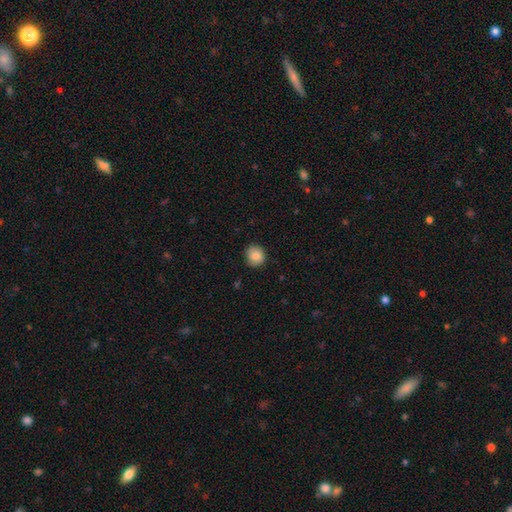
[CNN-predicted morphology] Overall: smooth (85%). How rounded: round (84%). Merging: none (86%).